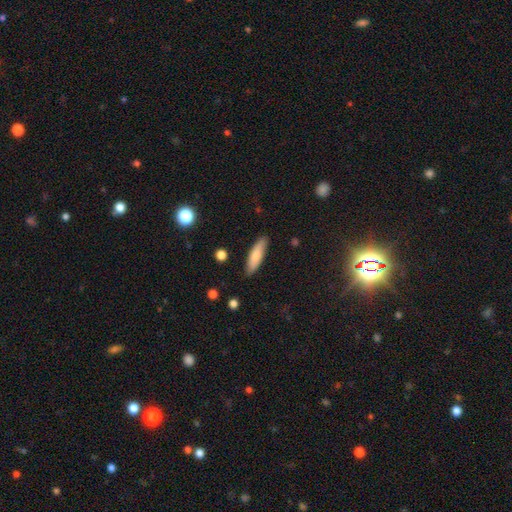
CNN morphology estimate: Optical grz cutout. It shows a smooth galaxy with no disk features (78%) that is cigar-shaped (64%). Merging: none (86%).